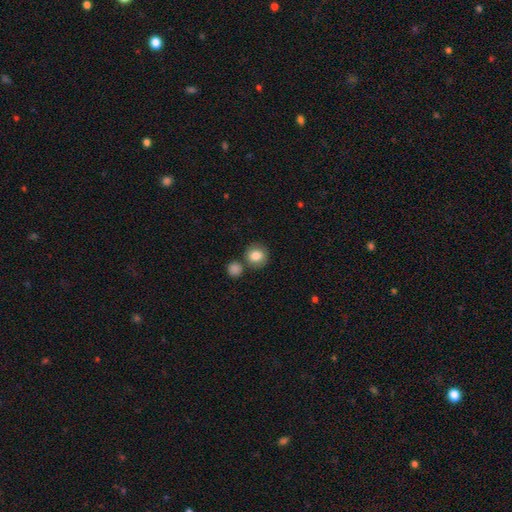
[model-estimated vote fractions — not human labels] Smooth or featured? smooth (83%)
How rounded? round (85%)
Merging? none (71%)